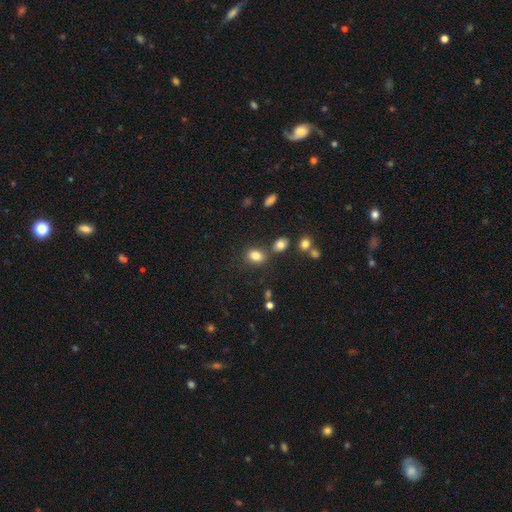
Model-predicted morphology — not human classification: This is clearly a smooth galaxy (81%). How rounded: likely in between (62%). Merging: likely none (70%).